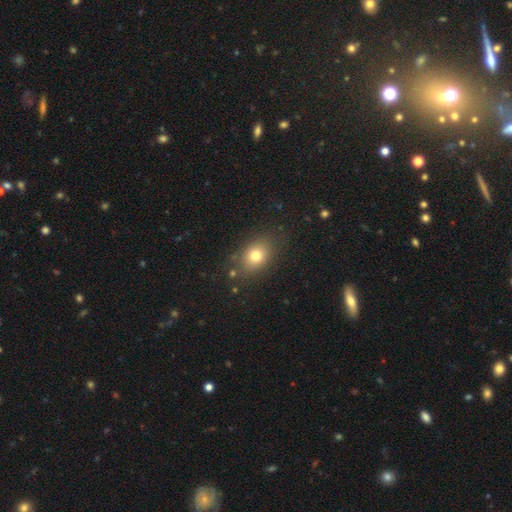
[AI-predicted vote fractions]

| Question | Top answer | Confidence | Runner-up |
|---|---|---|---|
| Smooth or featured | smooth | 77% | star or artifact (12%) |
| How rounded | in between | 63% | round (36%) |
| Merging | none | 82% | minor disturbance (12%) |